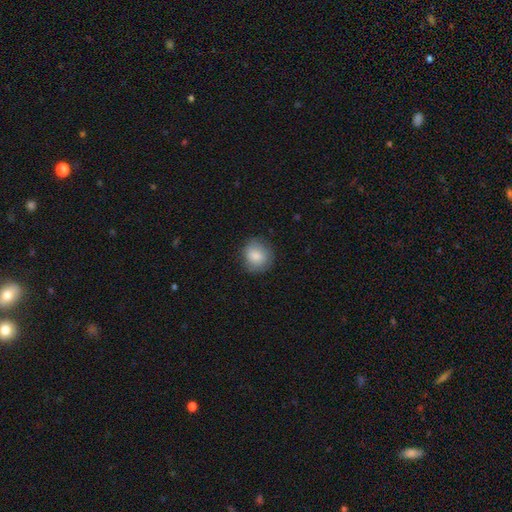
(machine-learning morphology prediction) This appears to be a smooth galaxy with no disk features (83%) that is round (82%). Merging: none (80%).